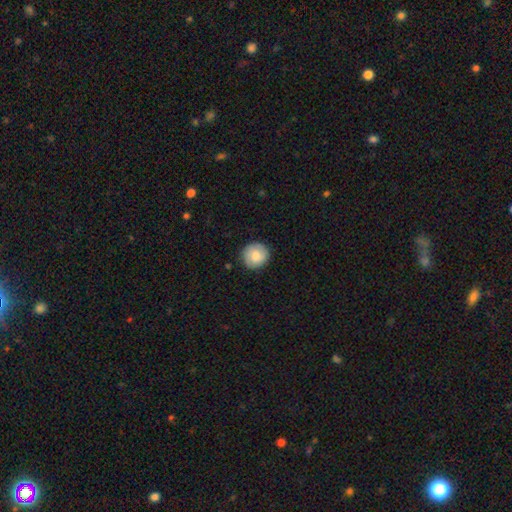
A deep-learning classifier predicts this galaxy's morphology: A smooth galaxy with no disk features (78%) that is round (92%). Merging: none (87%).